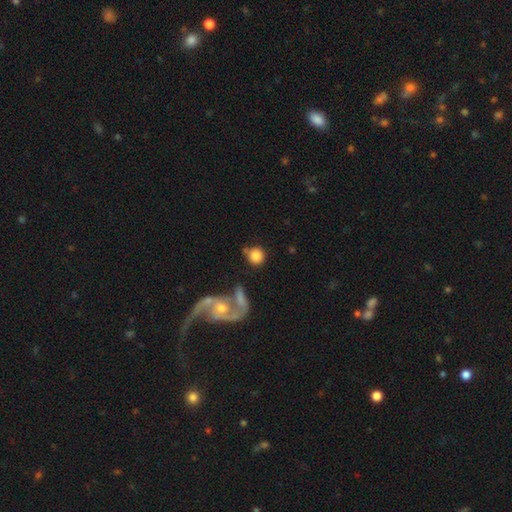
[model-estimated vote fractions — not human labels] Smooth or featured: smooth — 79% (featured or disk — 13%)
How rounded: round — 87% (in between — 12%)
Merging: none — 56% (merger — 18%)